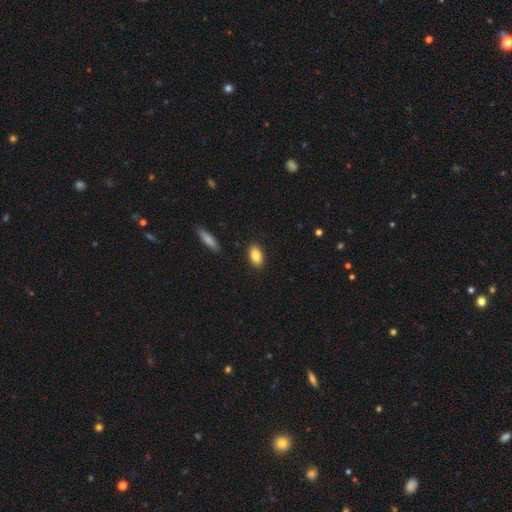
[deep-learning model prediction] Smooth or featured?
  - smooth: 87% *
  - star or artifact: 7%
  - featured or disk: 6%
How rounded?
  - in between: 91% *
  - round: 6%
  - cigar-shaped: 3%
Merging?
  - none: 88% *
  - minor disturbance: 8%
  - major disturbance: 2%
  - merger: 1%